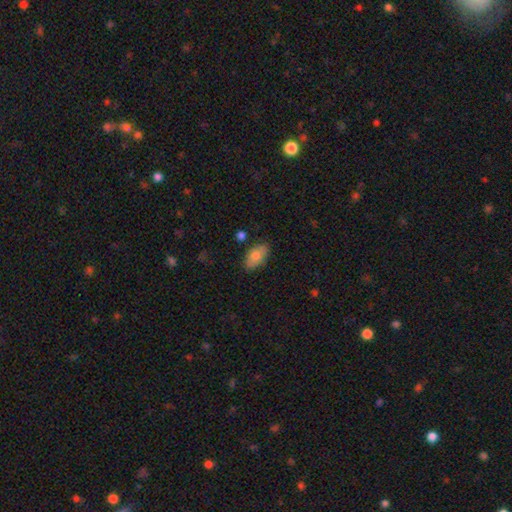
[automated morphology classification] Smooth or featured: smooth — 79% (featured or disk — 14%)
How rounded: in between — 93% (round — 5%)
Merging: none — 82% (minor disturbance — 14%)